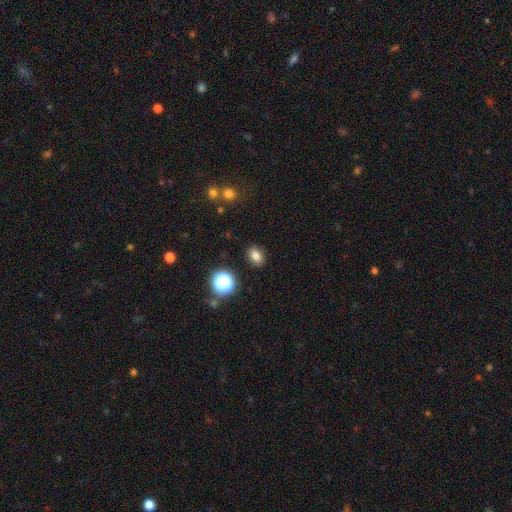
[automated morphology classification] A smooth galaxy with no disk features (80%) that is in between round and cigar-shaped (70%). Merging: none (88%).